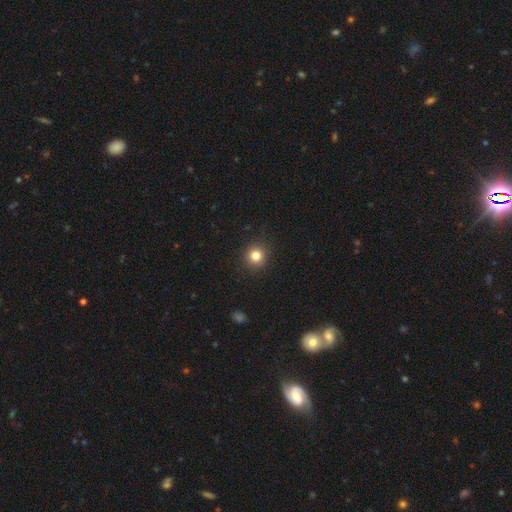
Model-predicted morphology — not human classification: Smooth or featured: smooth — 82% (star or artifact — 12%)
How rounded: round — 92% (in between — 7%)
Merging: none — 91% (minor disturbance — 6%)